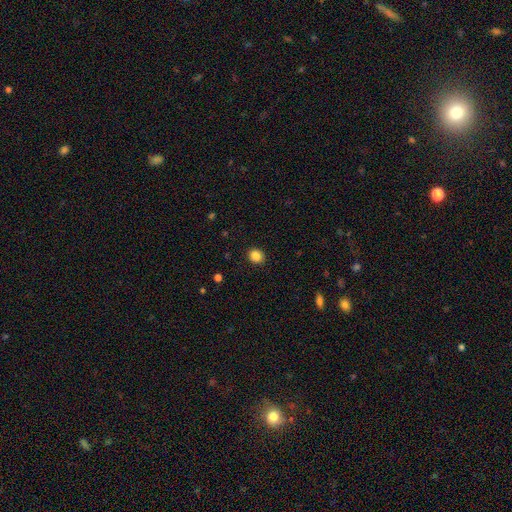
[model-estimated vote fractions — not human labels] Smooth or featured: smooth — 86% (star or artifact — 10%)
How rounded: round — 62% (in between — 37%)
Merging: none — 90% (minor disturbance — 7%)